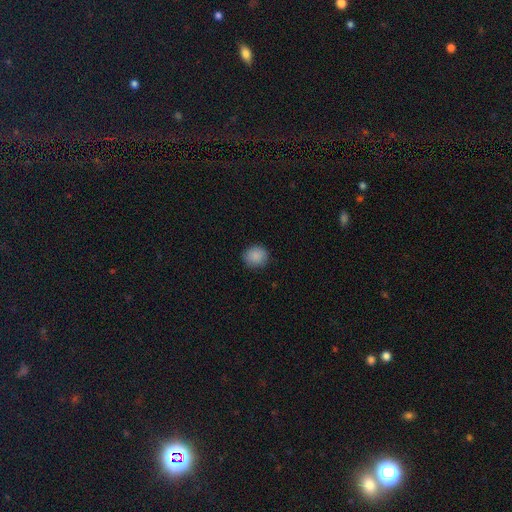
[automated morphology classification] Smooth or featured? smooth (88%)
How rounded? round (84%)
Merging? none (88%)